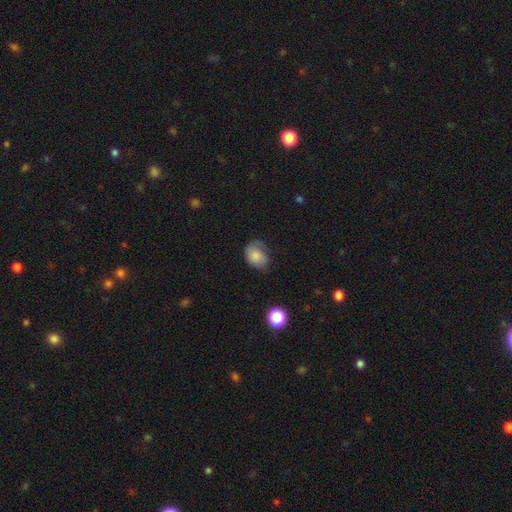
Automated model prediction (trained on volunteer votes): Morphology: type=smooth (80%); roundness=in between (66%); merging=none (50%).